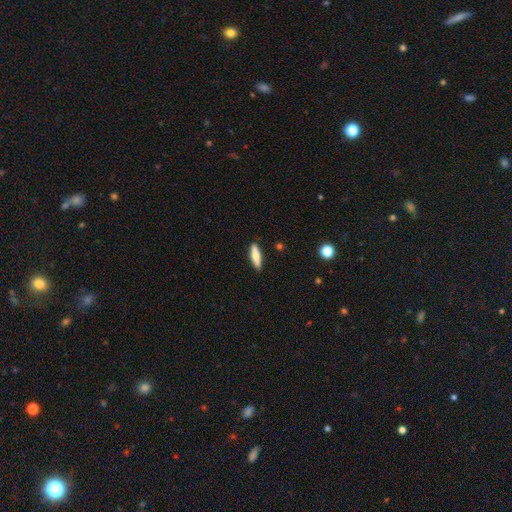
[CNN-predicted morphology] Smooth or featured? smooth (63%)
How rounded? cigar-shaped (70%)
Merging? none (89%)